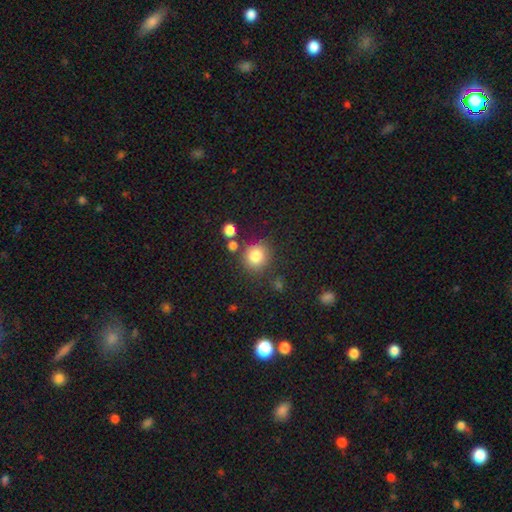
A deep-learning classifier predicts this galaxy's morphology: A smooth galaxy with no disk features (82%) that is round (86%). Merging: none (77%).